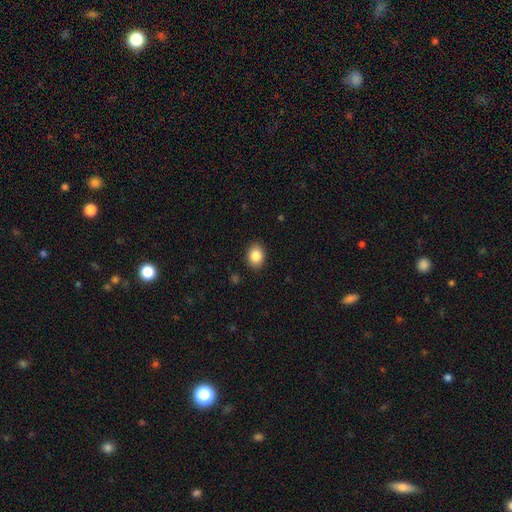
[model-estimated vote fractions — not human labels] Smooth or featured? Predicted: smooth (p=0.86). How rounded? Predicted: in between (p=0.59). Merging? Predicted: none (p=0.89).